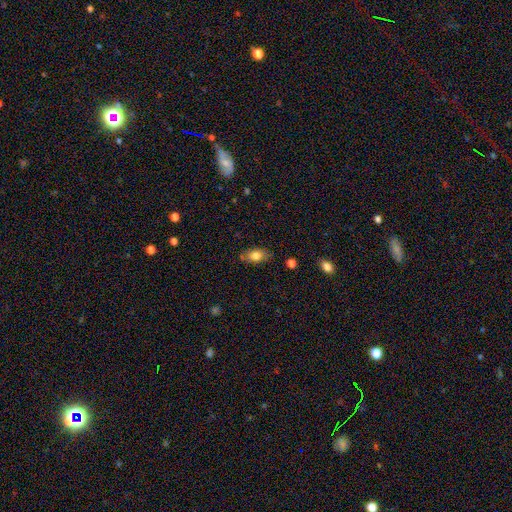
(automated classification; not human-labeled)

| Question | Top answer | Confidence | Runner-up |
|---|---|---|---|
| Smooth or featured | smooth | 79% | featured or disk (13%) |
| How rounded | in between | 87% | round (8%) |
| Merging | none | 77% | minor disturbance (17%) |